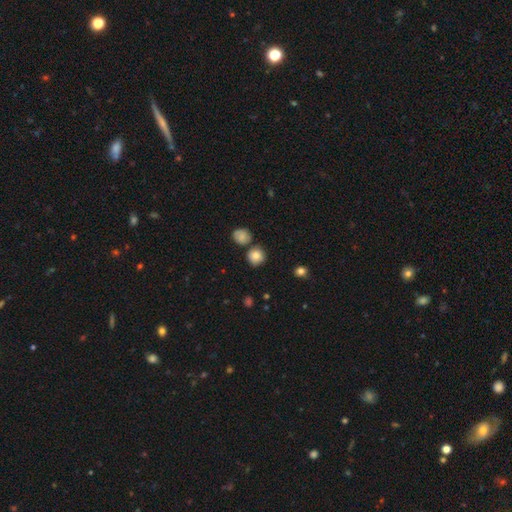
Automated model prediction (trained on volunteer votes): The model was most divided on "merging": none: 74%, merger: 11%, minor disturbance: 11%, major disturbance: 3%. More confident: how rounded — round (89%); smooth or featured — smooth (83%).